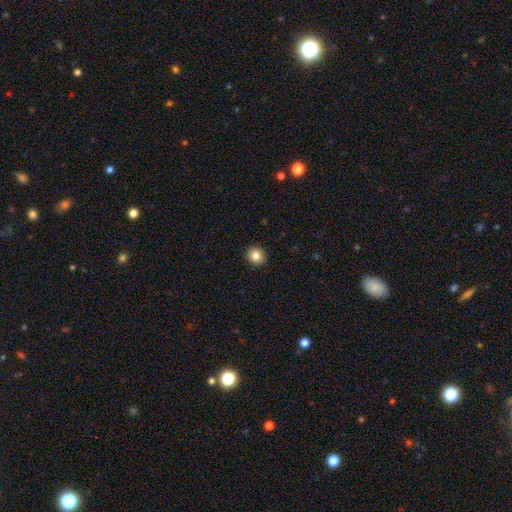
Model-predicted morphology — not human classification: Q: Smooth or featured?
A: smooth (84%); runner-up: star or artifact (10%)
Q: How rounded?
A: round (92%); runner-up: in between (7%)
Q: Merging?
A: none (92%); runner-up: minor disturbance (5%)